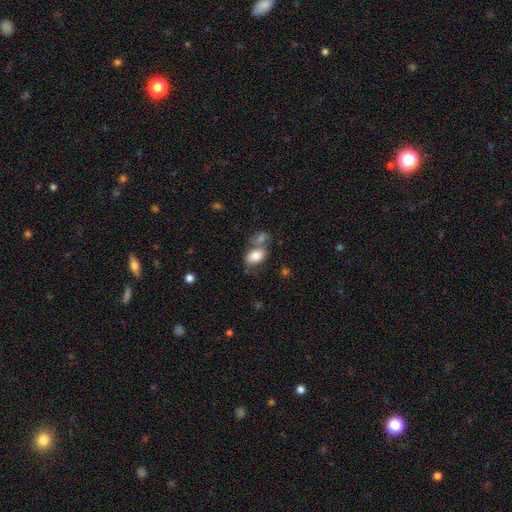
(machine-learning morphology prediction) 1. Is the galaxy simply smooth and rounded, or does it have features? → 80% smooth, 12% featured or disk, 8% star or artifact.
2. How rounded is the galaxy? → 87% in between, 12% round, 2% cigar-shaped.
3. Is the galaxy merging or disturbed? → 44% none, 36% merger, 14% minor disturbance, 6% major disturbance.